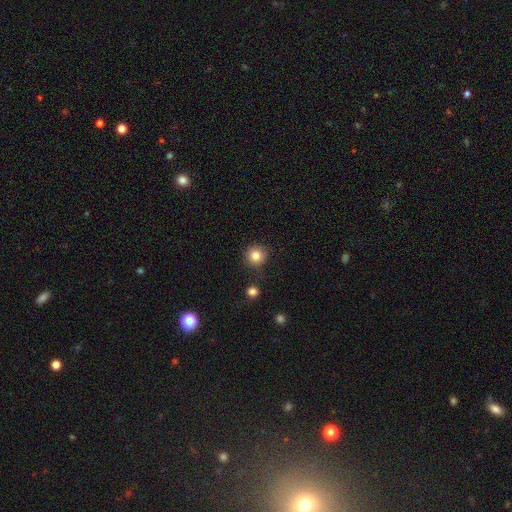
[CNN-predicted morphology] type=smooth (83%); roundness=round (95%); merging=none (87%).